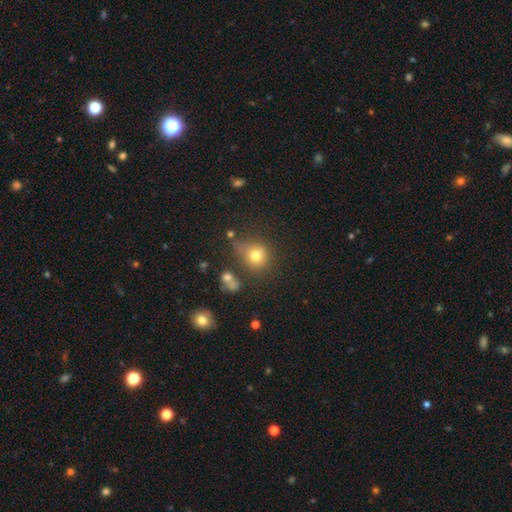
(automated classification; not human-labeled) smooth_or_featured: smooth (p=0.72) [alt: star or artifact p=0.17]
how_rounded: round (p=0.74) [alt: in between p=0.25]
merging: none (p=0.56) [alt: minor disturbance p=0.23]